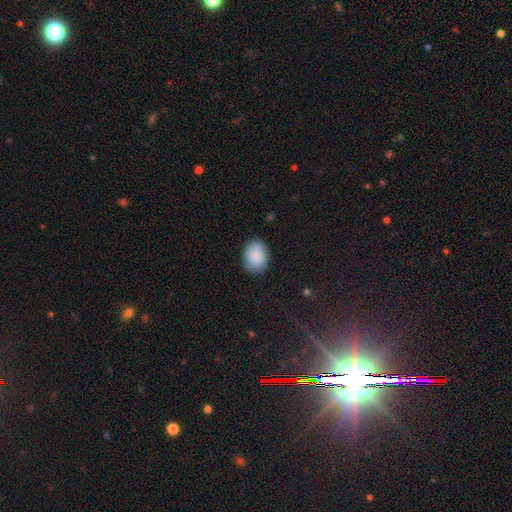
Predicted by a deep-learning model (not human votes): Smooth or featured?
  - smooth: 89% *
  - star or artifact: 6%
  - featured or disk: 5%
How rounded?
  - in between: 65% *
  - round: 34%
  - cigar-shaped: 1%
Merging?
  - none: 85% *
  - minor disturbance: 11%
  - major disturbance: 3%
  - merger: 1%